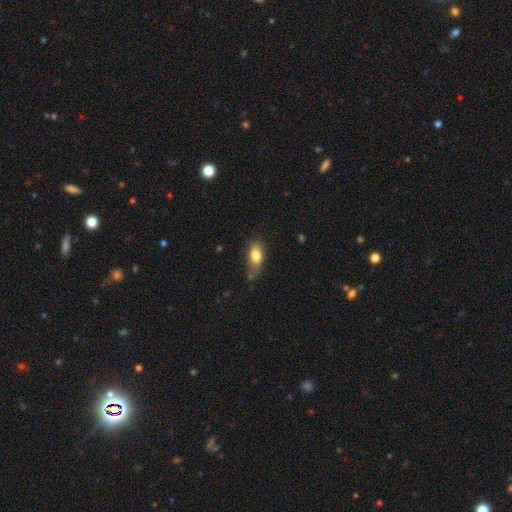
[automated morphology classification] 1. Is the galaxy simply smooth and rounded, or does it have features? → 80% smooth, 12% featured or disk, 8% star or artifact.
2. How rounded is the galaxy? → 84% in between, 10% cigar-shaped, 6% round.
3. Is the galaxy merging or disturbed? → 61% none, 27% minor disturbance, 8% major disturbance, 4% merger.